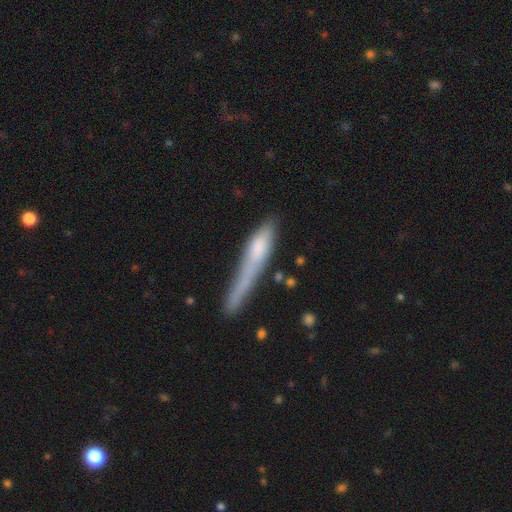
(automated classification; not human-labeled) Smooth or featured: smooth — 57% (featured or disk — 34%)
How rounded: cigar-shaped — 90% (in between — 8%)
Merging: none — 46% (minor disturbance — 27%)